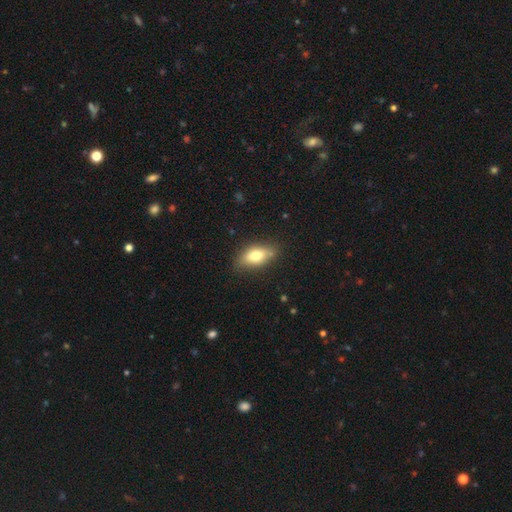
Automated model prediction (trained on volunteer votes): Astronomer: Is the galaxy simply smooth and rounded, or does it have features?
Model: smooth — 75%.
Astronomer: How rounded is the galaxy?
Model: in between — 87%.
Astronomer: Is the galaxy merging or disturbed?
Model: none — 79%.